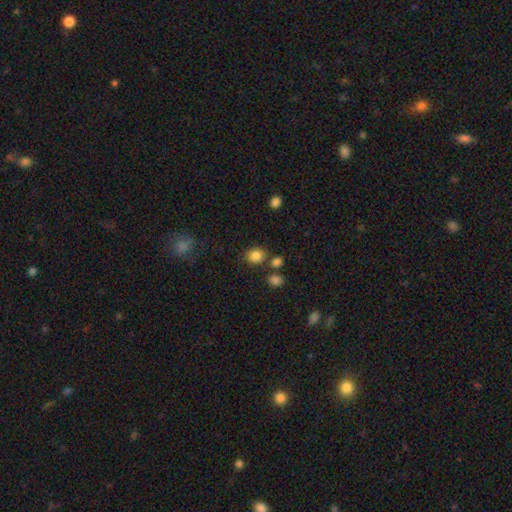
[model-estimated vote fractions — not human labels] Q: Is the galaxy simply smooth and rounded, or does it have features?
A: smooth — 84%.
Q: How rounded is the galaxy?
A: round — 72%.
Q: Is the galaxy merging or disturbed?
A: none — 74%.